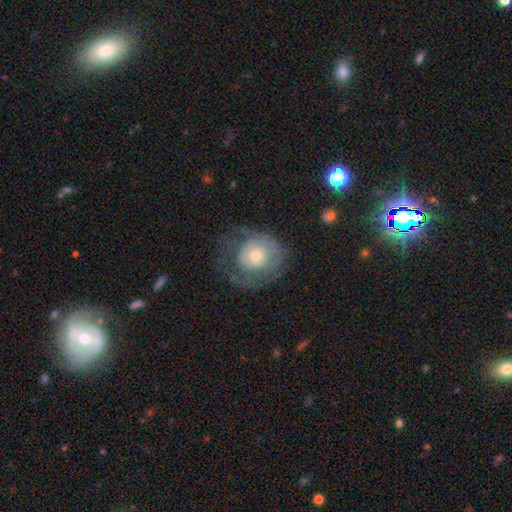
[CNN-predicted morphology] smooth-or-featured: featured or disk: 56% | smooth: 36% | star or artifact: 7%
  disk-edge-on: no: 96% | yes: 4%
    bar: no: 84% | weak: 14% | strong: 3%
    has-spiral-arms: yes: 62% | no: 38%
    bulge-size: moderate: 52% | small: 38% | large: 7% | none: 1% | dominant: 1%
  merging: none: 48% | major disturbance: 29% | minor disturbance: 22% | merger: 2%